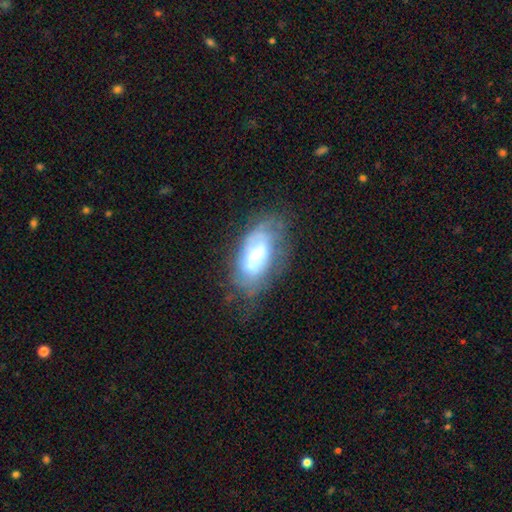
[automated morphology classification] smooth_or_featured: featured or disk (p=0.54) [alt: smooth p=0.37]
disk_edge_on: no (p=0.90) [alt: yes p=0.10]
merging: none (p=0.50) [alt: minor disturbance p=0.28]